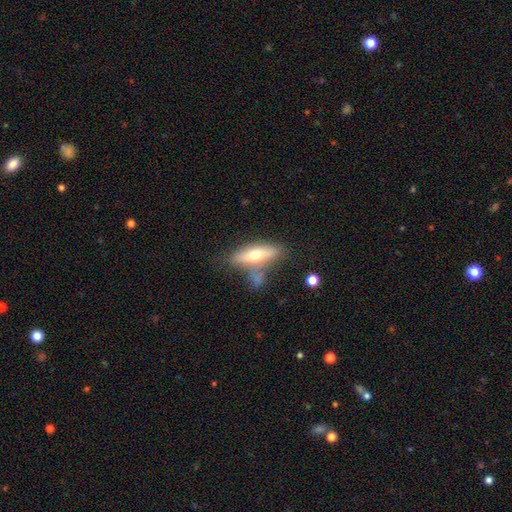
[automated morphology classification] The model was most divided on "how rounded": cigar-shaped: 50%, in between: 47%, round: 3%. More confident: merging — none (55%); smooth or featured — smooth (55%).